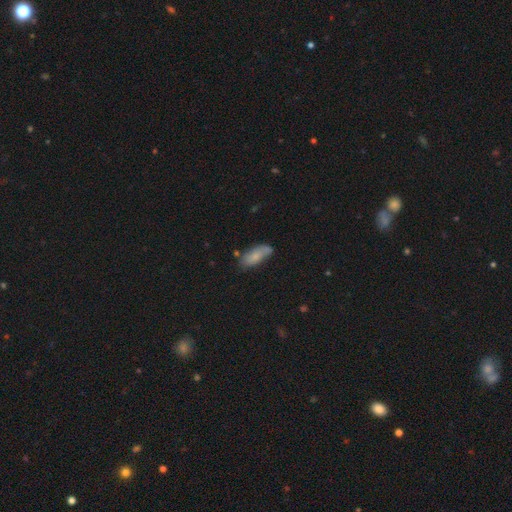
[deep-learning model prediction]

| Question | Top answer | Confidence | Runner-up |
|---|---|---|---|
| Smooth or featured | smooth | 71% | featured or disk (21%) |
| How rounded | in between | 78% | cigar-shaped (19%) |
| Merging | none | 60% | minor disturbance (26%) |